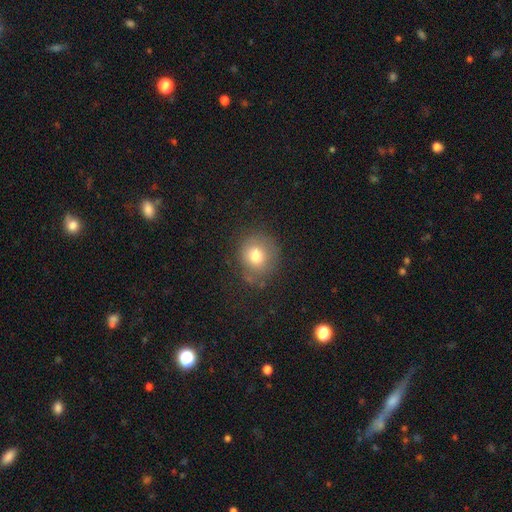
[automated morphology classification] Smooth or featured? Predicted: smooth (p=0.75). How rounded? Predicted: round (p=0.78). Merging? Predicted: none (p=0.69).